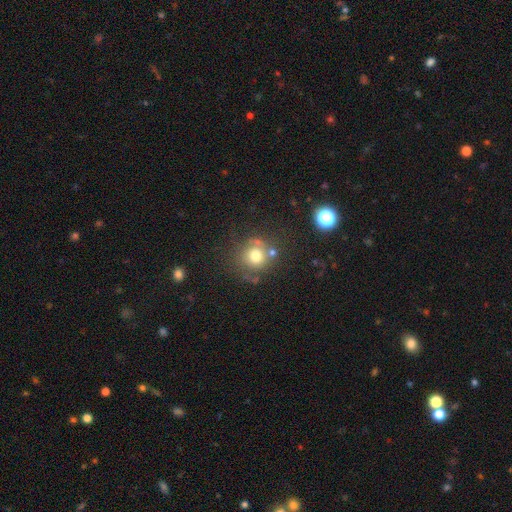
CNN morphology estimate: smooth_or_featured: smooth (p=0.72) [alt: star or artifact p=0.15]
how_rounded: round (p=0.89) [alt: in between p=0.10]
merging: none (p=0.68) [alt: minor disturbance p=0.14]